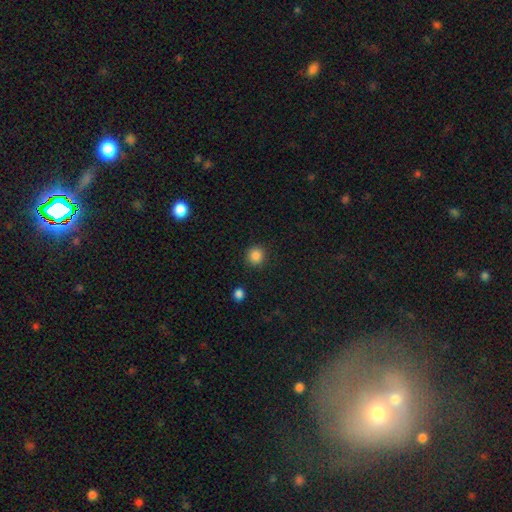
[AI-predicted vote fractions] Smooth or featured: smooth — 86% (star or artifact — 11%)
How rounded: round — 92% (in between — 7%)
Merging: none — 89% (minor disturbance — 7%)